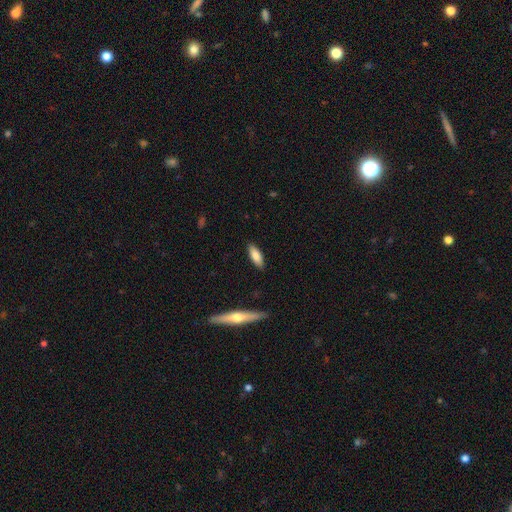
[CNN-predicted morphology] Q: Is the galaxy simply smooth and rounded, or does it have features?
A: smooth — 79%.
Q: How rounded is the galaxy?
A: in between — 61%.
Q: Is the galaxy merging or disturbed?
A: none — 87%.